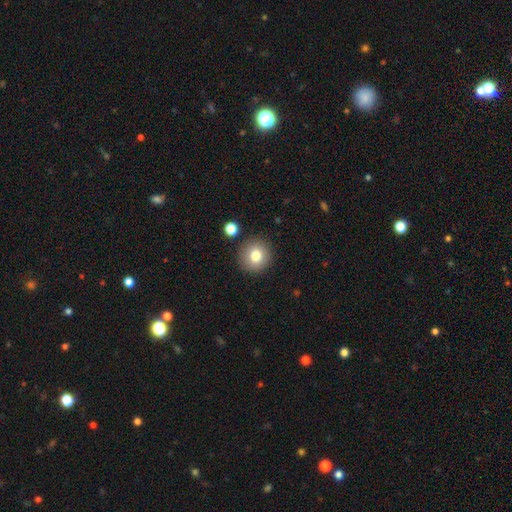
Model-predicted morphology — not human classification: smooth 79%, star or artifact 11%, featured or disk 10%. Down the decision tree: how rounded — round (92%); merging — none (88%).